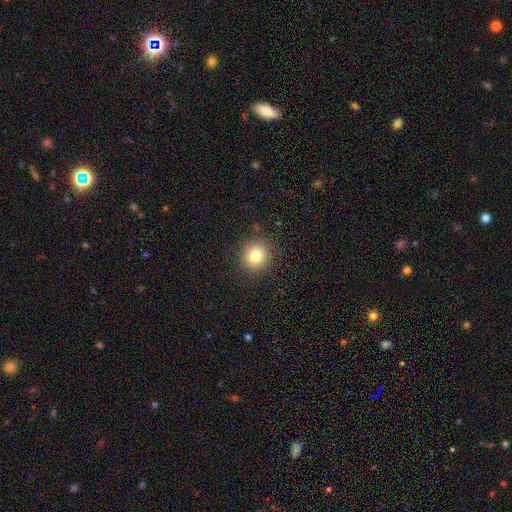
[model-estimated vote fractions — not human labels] The model was most divided on "smooth or featured": smooth: 80%, star or artifact: 12%, featured or disk: 8%. More confident: how rounded — round (89%); merging — none (89%).